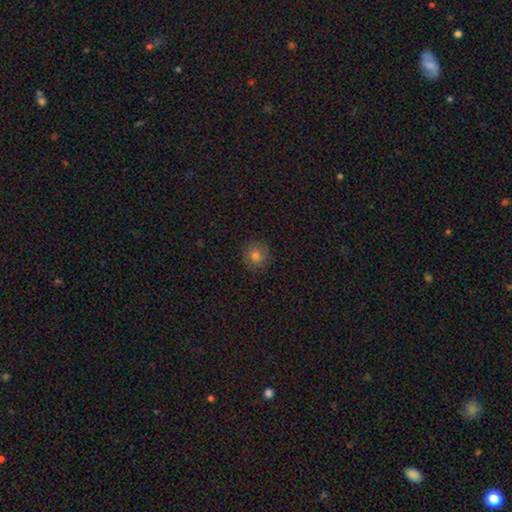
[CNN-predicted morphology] type=smooth (75%); roundness=round (89%); merging=none (87%).